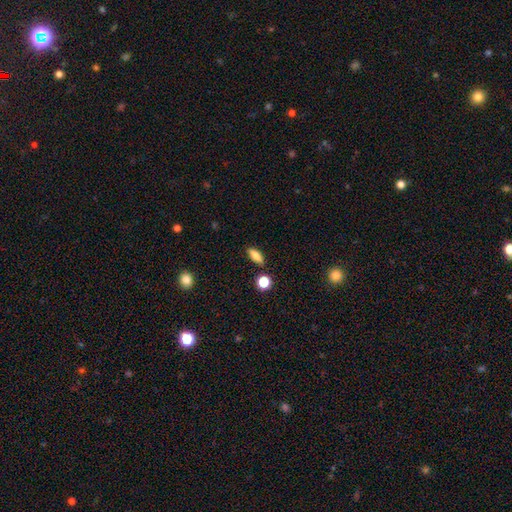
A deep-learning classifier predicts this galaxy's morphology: type=smooth (80%); roundness=in between (66%); merging=none (85%).